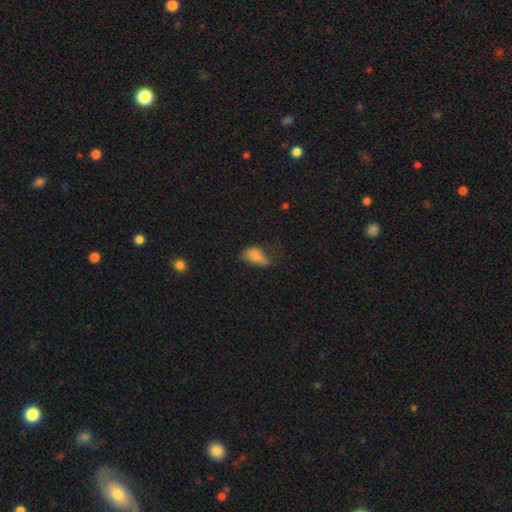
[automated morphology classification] Q: Smooth or featured?
A: smooth (77%); runner-up: featured or disk (12%)
Q: How rounded?
A: in between (90%); runner-up: round (7%)
Q: Merging?
A: minor disturbance (36%); runner-up: none (32%)